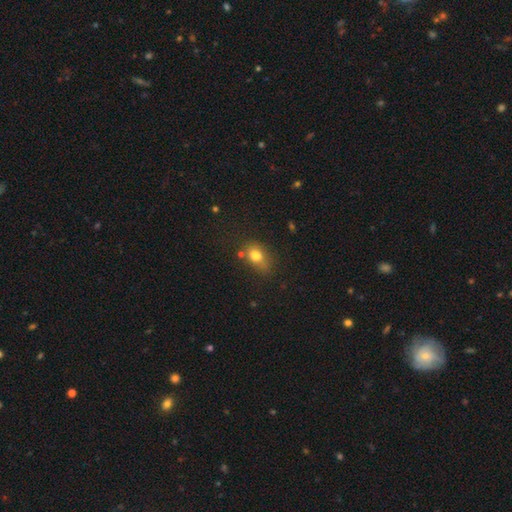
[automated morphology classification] smooth 78%, featured or disk 11%, star or artifact 11%. Down the decision tree: how rounded — in between (71%); merging — none (55%).